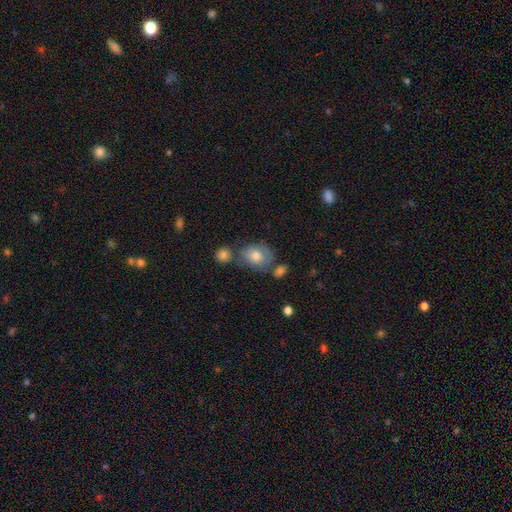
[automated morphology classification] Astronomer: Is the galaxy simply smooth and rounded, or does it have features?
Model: smooth — 71%.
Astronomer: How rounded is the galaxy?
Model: in between — 52% (runner-up: round, 47%).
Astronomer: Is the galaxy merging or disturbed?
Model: none — 54%.